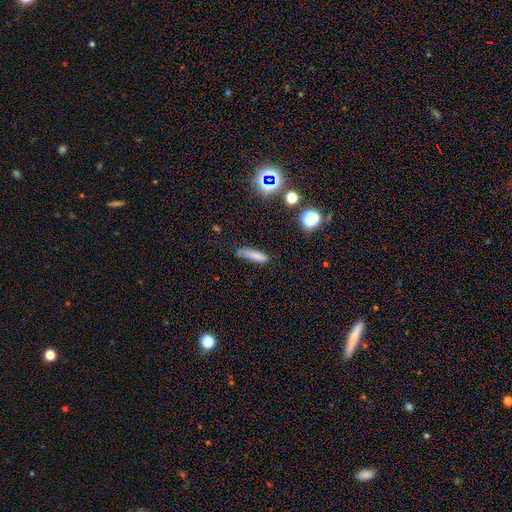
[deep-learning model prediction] A smooth galaxy with no disk features (76%) that is cigar-shaped (76%).

Vote fractions:
- Smooth or featured? smooth: 76% / star or artifact: 12% / featured or disk: 12%
- How rounded? cigar-shaped: 76% / in between: 21% / round: 3%
- Merging? none: 65% / minor disturbance: 24% / major disturbance: 8% / merger: 3%